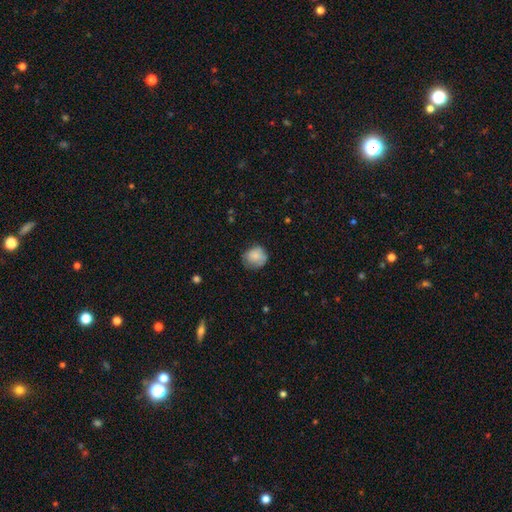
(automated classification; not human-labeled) Smooth or featured?
  - smooth: 79% *
  - featured or disk: 12%
  - star or artifact: 8%
How rounded?
  - round: 79% *
  - in between: 20%
  - cigar-shaped: 1%
Merging?
  - none: 65% *
  - minor disturbance: 26%
  - major disturbance: 7%
  - merger: 1%